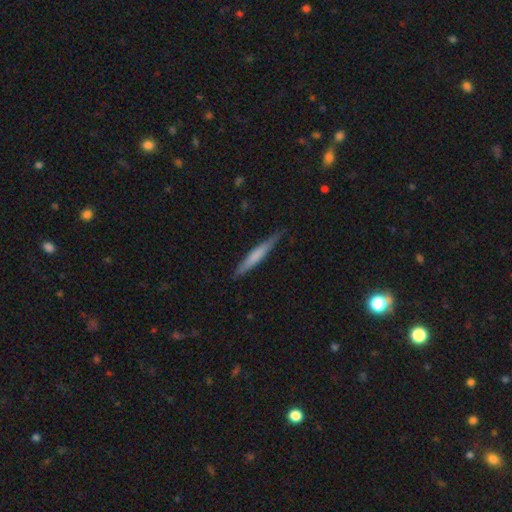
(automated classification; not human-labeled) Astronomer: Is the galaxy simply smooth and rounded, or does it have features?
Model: smooth — 58% (runner-up: featured or disk, 37%).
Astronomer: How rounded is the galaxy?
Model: cigar-shaped — 95%.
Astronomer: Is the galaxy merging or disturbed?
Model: none — 84%.